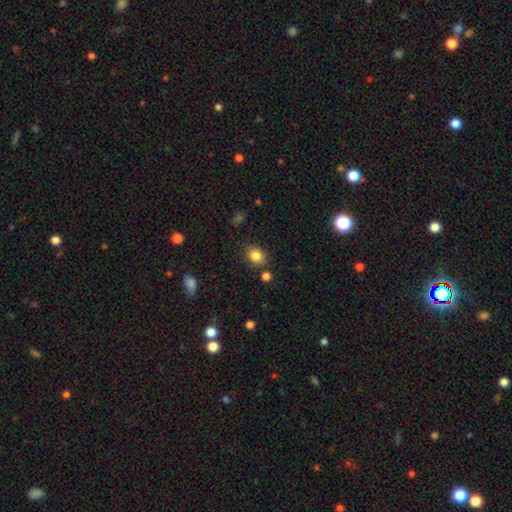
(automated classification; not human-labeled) This appears to be a smooth galaxy with no disk features (84%) that is in between round and cigar-shaped (50%). Merging: none (81%).